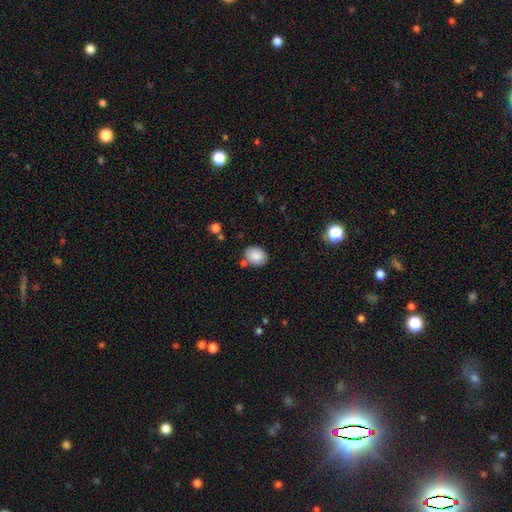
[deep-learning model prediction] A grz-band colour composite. It shows a smooth galaxy with no disk features (87%) that is in between round and cigar-shaped (53%). Merging: none (74%).